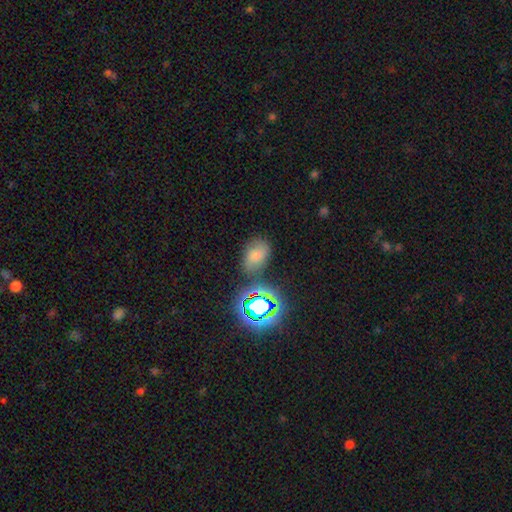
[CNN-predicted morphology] This appears to be a smooth galaxy with no disk features (47%). Merging: none (66%).